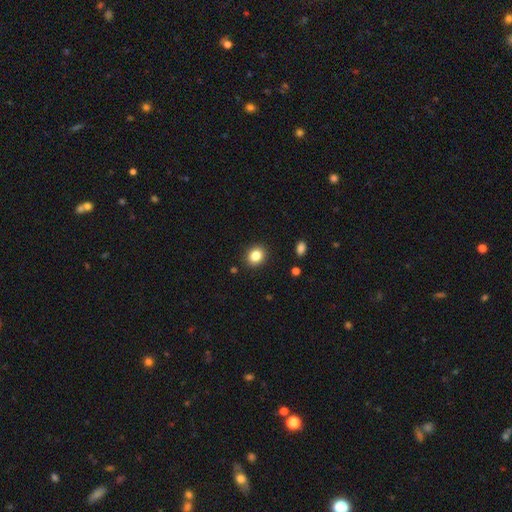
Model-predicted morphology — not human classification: A smooth galaxy with no disk features (84%) that is round (67%).

Vote fractions:
- Smooth or featured? smooth: 84% / star or artifact: 11% / featured or disk: 6%
- How rounded? round: 67% / in between: 32% / cigar-shaped: 1%
- Merging? none: 90% / minor disturbance: 7% / major disturbance: 2% / merger: 1%